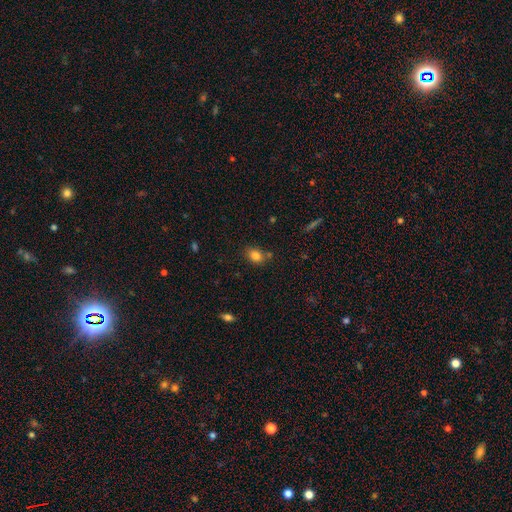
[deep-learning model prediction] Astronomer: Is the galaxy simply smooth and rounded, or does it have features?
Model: smooth — 82%.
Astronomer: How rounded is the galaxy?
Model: in between — 61% (runner-up: round, 38%).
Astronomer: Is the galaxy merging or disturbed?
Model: none — 71%.